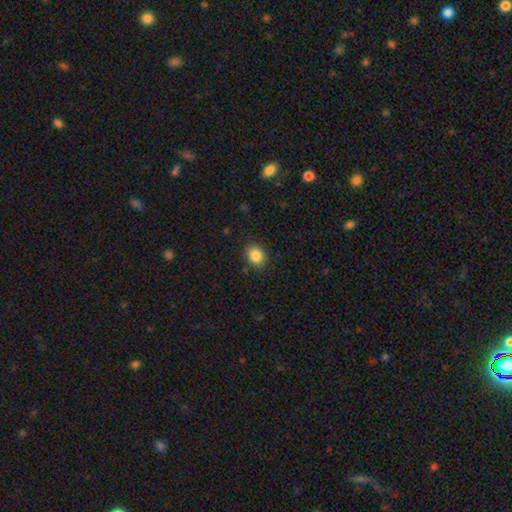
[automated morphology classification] smooth 86%, star or artifact 9%, featured or disk 5%. Down the decision tree: how rounded — round (53%); merging — none (87%).